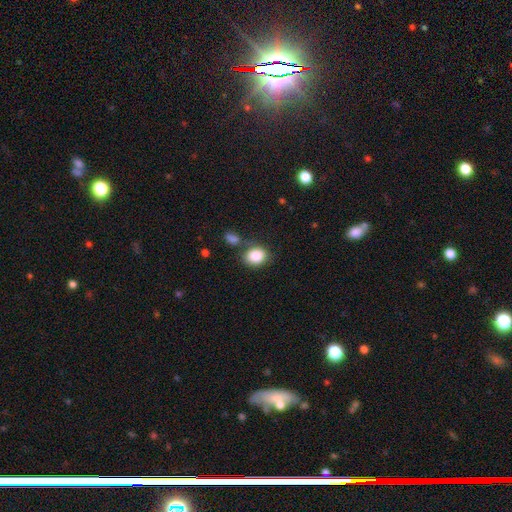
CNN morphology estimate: smooth-or-featured: smooth: 86% | star or artifact: 8% | featured or disk: 6%
  how-rounded: round: 53% | in between: 46% | cigar-shaped: 1%
  merging: none: 63% | merger: 16% | minor disturbance: 16% | major disturbance: 6%